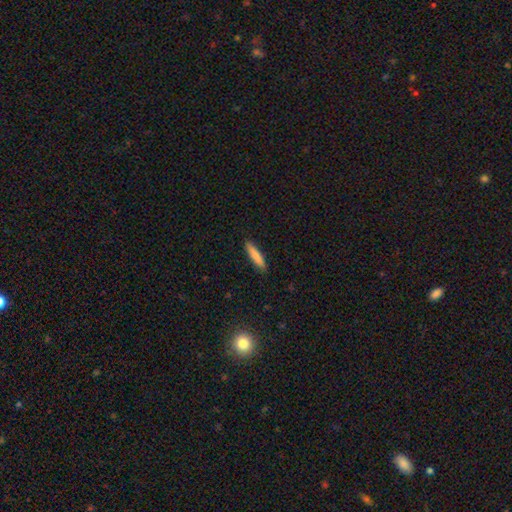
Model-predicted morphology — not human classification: A smooth galaxy with no disk features (83%) that is cigar-shaped (87%). Merging: none (89%).